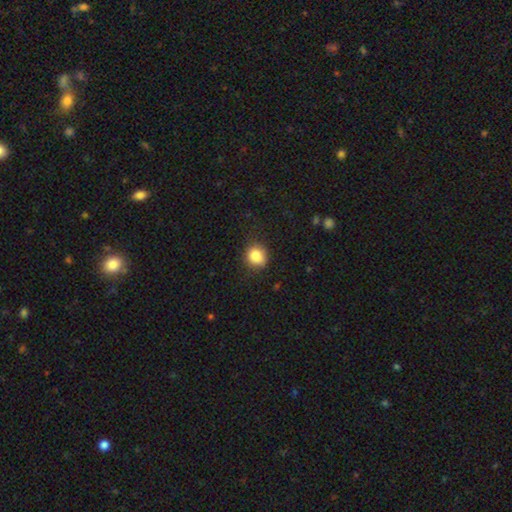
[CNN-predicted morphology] Smooth or featured? smooth (85%)
How rounded? round (74%)
Merging? none (78%)